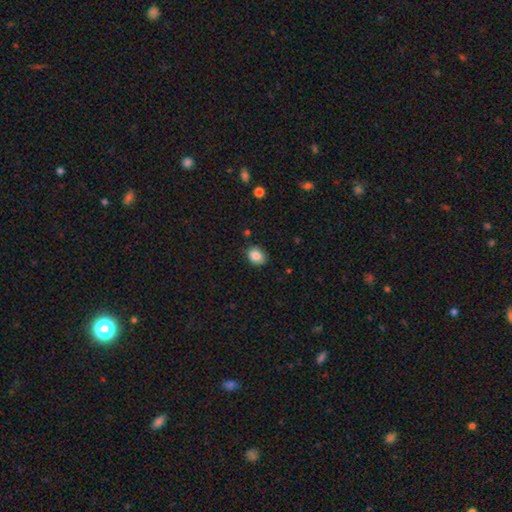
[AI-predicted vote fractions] smooth_or_featured: smooth (p=0.85) [alt: star or artifact p=0.09]
how_rounded: in between (p=0.50) [alt: round p=0.49]
merging: none (p=0.80) [alt: minor disturbance p=0.16]